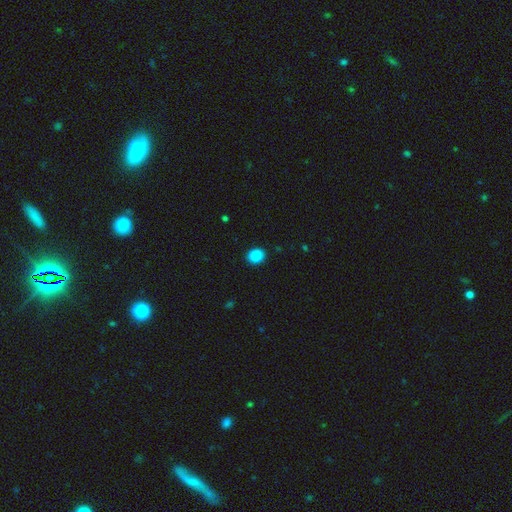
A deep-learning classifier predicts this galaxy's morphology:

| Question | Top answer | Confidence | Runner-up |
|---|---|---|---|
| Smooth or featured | smooth | 88% | star or artifact (9%) |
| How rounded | round | 69% | in between (30%) |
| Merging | none | 90% | minor disturbance (7%) |